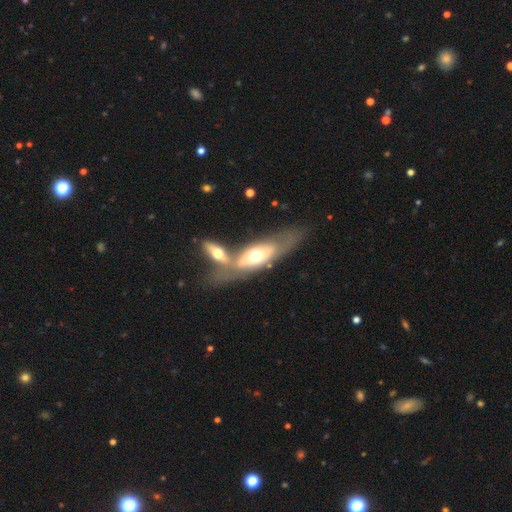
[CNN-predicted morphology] smooth-or-featured: featured or disk: 51% | smooth: 44% | star or artifact: 6%
  disk-edge-on: no: 63% | yes: 37%
  merging: merger: 50% | none: 31% | minor disturbance: 11% | major disturbance: 7%